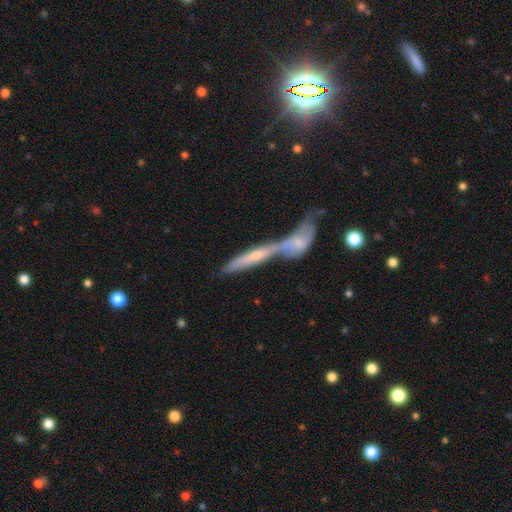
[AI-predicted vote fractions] Morphology: type=featured or disk (52%); edge-on=yes (77%); merging=merger (58%).